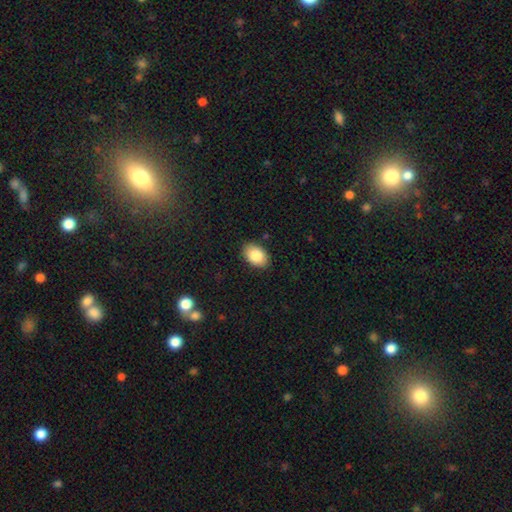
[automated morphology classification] Smooth or featured?
  - smooth: 85% *
  - featured or disk: 8%
  - star or artifact: 7%
How rounded?
  - in between: 87% *
  - round: 12%
  - cigar-shaped: 1%
Merging?
  - none: 87% *
  - minor disturbance: 10%
  - major disturbance: 2%
  - merger: 1%